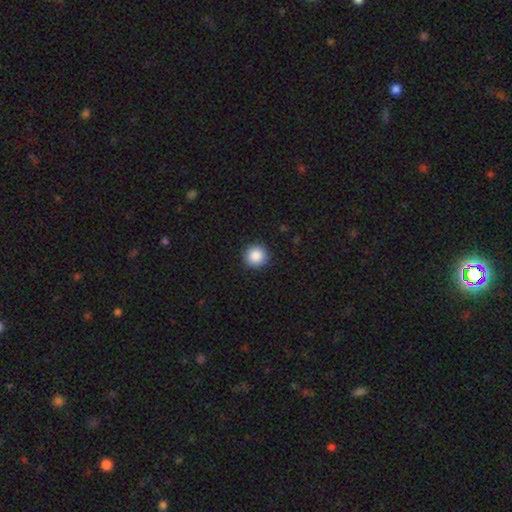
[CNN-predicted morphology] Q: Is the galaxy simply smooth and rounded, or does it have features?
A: smooth — 87%.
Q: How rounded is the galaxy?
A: round — 95%.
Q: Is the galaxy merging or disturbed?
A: none — 92%.